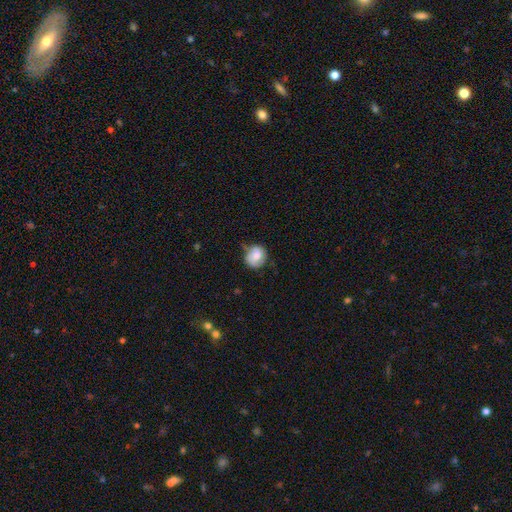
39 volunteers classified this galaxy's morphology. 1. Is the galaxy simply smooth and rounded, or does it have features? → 82% smooth, 15% featured or disk, 3% star or artifact.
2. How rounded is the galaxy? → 78% round, 22% in between, 0% cigar-shaped.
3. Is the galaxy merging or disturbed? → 53% none, 37% minor disturbance, 11% major disturbance, 0% merger.